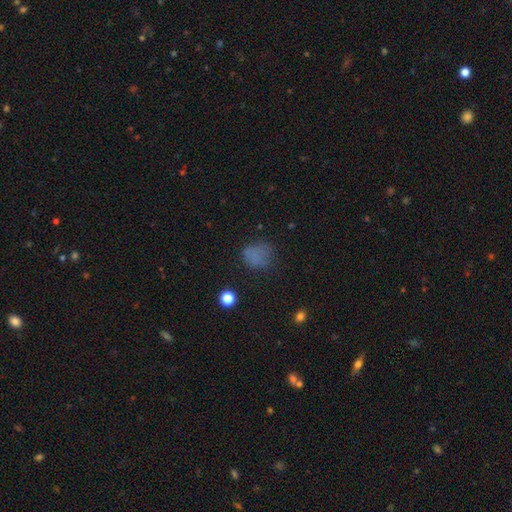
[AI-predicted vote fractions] Smooth or featured?
  - smooth: 69% *
  - star or artifact: 19%
  - featured or disk: 11%
How rounded?
  - round: 69% *
  - in between: 30%
  - cigar-shaped: 1%
Merging?
  - none: 62% *
  - minor disturbance: 23%
  - major disturbance: 13%
  - merger: 3%